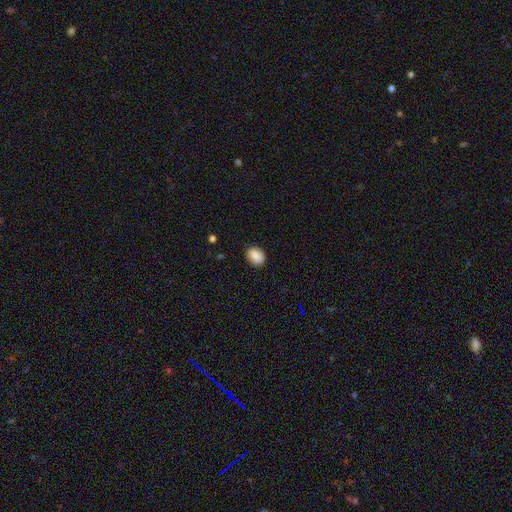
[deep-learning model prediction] Smooth or featured: smooth — 88% (star or artifact — 8%)
How rounded: in between — 67% (round — 32%)
Merging: none — 87% (minor disturbance — 10%)